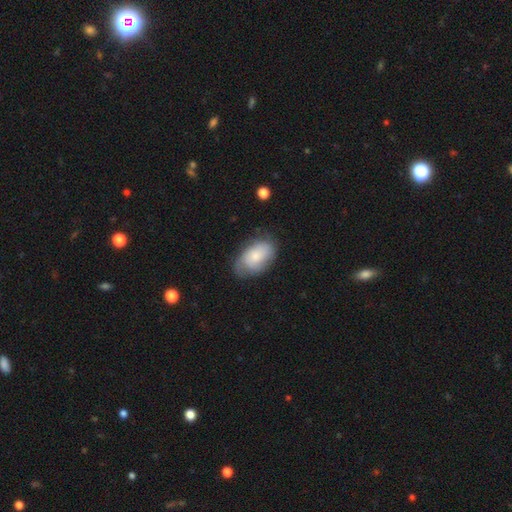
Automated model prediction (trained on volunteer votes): A smooth galaxy with no disk features (63%) that is in between round and cigar-shaped (91%).

Vote fractions:
- Smooth or featured? smooth: 63% / featured or disk: 30% / star or artifact: 7%
- How rounded? in between: 91% / round: 7% / cigar-shaped: 1%
- Merging? none: 64% / minor disturbance: 26% / major disturbance: 8% / merger: 2%